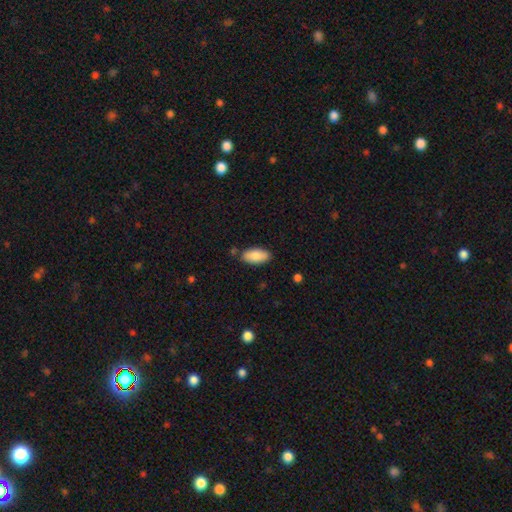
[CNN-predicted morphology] The model was most divided on "merging": none: 83%, minor disturbance: 12%, merger: 3%, major disturbance: 2%. More confident: how rounded — in between (91%); smooth or featured — smooth (85%).